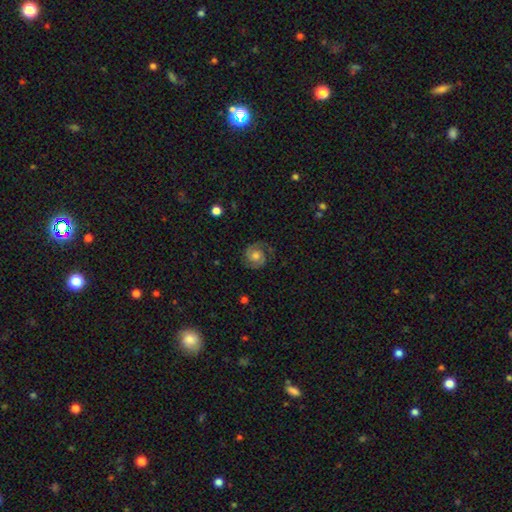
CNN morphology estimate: This appears to be a featured or disk galaxy (77%) with no bar (70%), 2 (88%) tight (52%) spiral arms (96%) and a moderate central bulge (64%). Merging: none (79%).